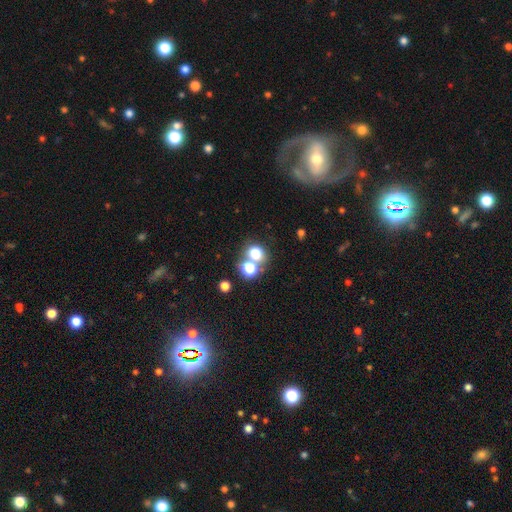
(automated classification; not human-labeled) The model was most divided on "merging": none: 53%, merger: 35%, minor disturbance: 7%, major disturbance: 5%. More confident: how rounded — round (76%); smooth or featured — smooth (67%).